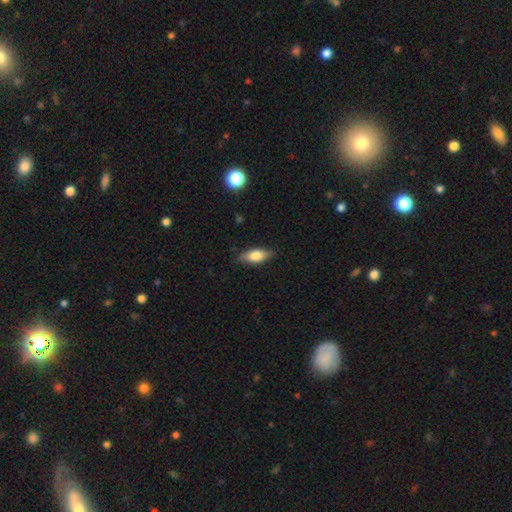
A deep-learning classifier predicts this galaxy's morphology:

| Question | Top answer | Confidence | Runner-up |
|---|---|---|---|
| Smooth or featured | smooth | 66% | featured or disk (27%) |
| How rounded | in between | 74% | cigar-shaped (23%) |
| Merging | none | 84% | minor disturbance (12%) |